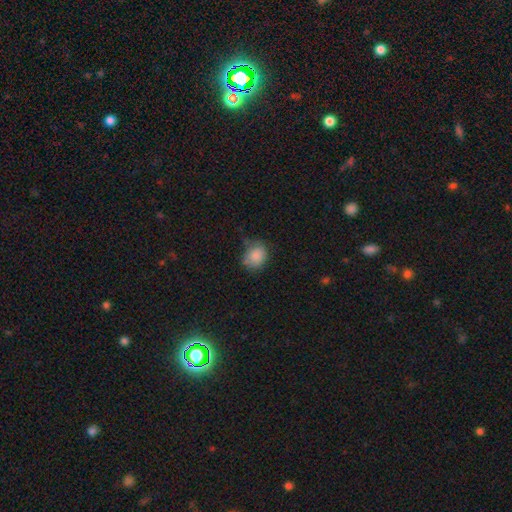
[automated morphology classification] Smooth or featured? smooth (84%)
How rounded? round (62%)
Merging? none (53%)